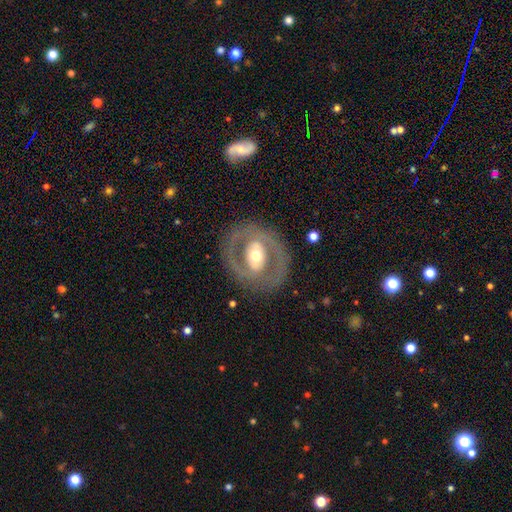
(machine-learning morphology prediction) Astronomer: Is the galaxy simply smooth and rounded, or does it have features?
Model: featured or disk — 72%.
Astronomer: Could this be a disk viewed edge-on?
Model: no — 95%.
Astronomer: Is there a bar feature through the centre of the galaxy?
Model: no — 44% (runner-up: weak, 30%).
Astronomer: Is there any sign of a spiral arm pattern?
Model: no — 61% (runner-up: yes, 39%).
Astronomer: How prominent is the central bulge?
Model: moderate — 68%.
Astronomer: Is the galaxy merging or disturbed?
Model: none — 80%.